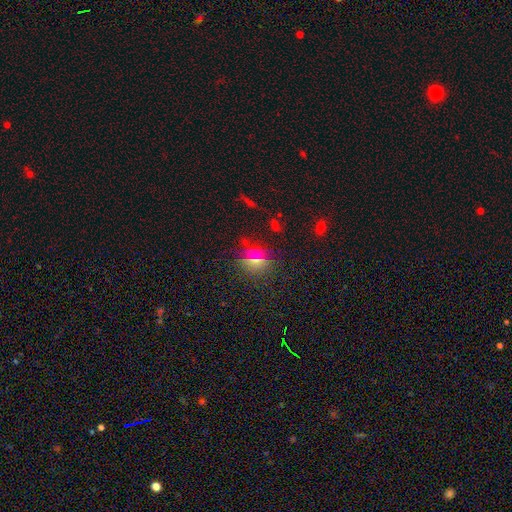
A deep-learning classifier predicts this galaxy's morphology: Smooth or featured? smooth (56%)
How rounded? round (79%)
Merging? none (80%)